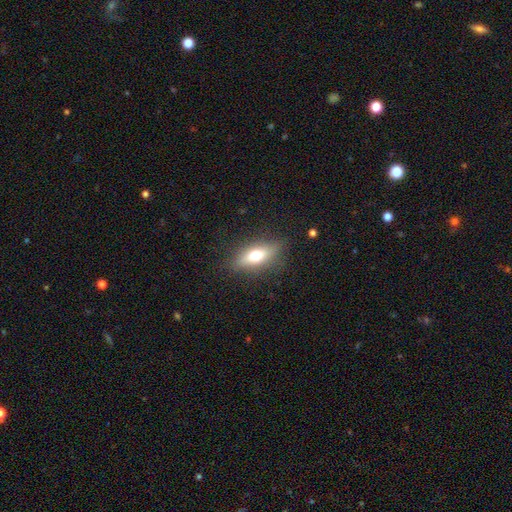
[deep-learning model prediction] Overall: smooth (56%; featured or disk 35%). How rounded: in between (63%; cigar-shaped 31%). Merging: none (84%).